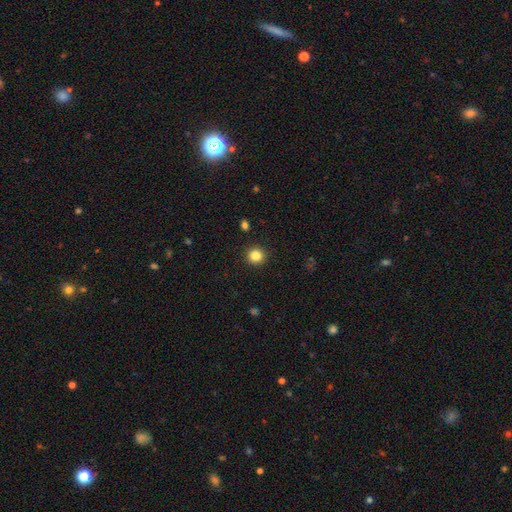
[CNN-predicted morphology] Q: Smooth or featured?
A: smooth (85%); runner-up: star or artifact (11%)
Q: How rounded?
A: round (93%); runner-up: in between (6%)
Q: Merging?
A: none (93%); runner-up: minor disturbance (5%)